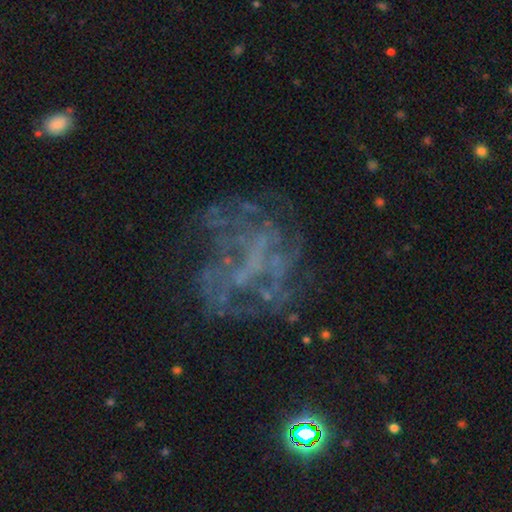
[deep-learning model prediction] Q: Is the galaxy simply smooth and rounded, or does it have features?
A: featured or disk — 65%.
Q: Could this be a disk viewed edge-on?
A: no — 98%.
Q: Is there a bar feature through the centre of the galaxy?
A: no — 74%.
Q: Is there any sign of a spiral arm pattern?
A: no — 62%.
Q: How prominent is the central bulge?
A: none — 78%.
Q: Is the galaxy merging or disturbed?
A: none — 53%.